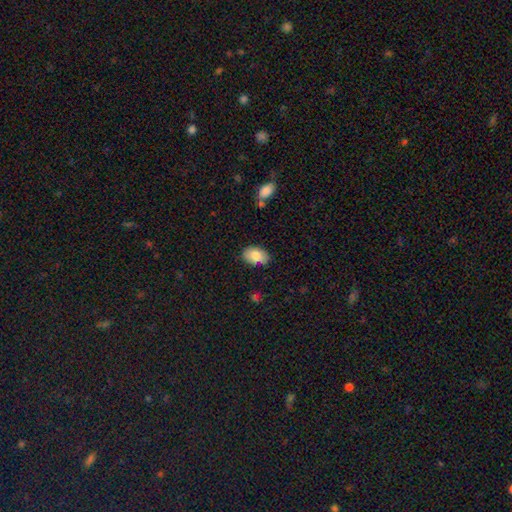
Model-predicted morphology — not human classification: This appears to be a smooth galaxy with no disk features (81%) that is in between round and cigar-shaped (89%). Merging: none (79%).